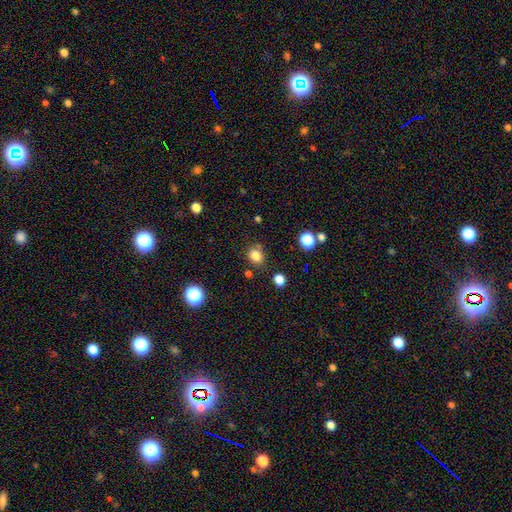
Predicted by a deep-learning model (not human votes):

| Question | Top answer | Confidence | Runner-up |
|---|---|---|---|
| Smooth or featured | smooth | 81% | star or artifact (13%) |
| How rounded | round | 64% | in between (35%) |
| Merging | none | 76% | minor disturbance (13%) |